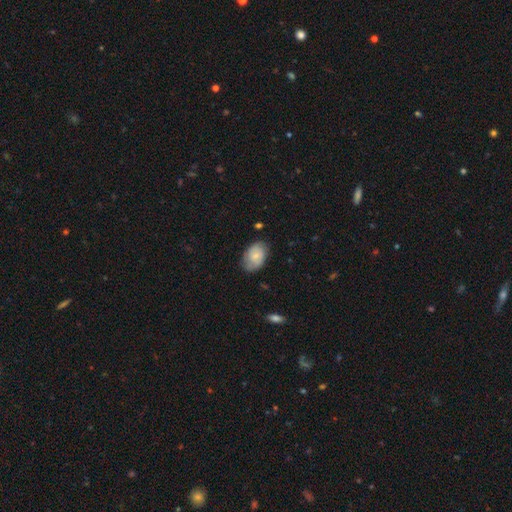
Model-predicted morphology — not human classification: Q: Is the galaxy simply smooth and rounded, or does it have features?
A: smooth — 60%.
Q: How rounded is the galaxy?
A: in between — 85%.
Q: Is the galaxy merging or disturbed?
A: none — 69%.